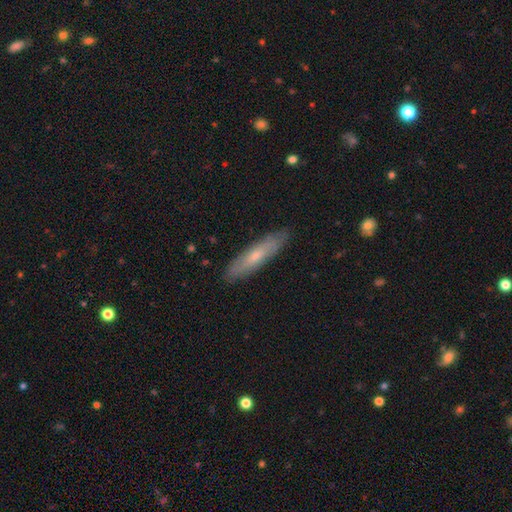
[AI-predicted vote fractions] smooth 55%, featured or disk 39%, star or artifact 6%. Down the decision tree: how rounded — cigar-shaped (79%); merging — none (87%).